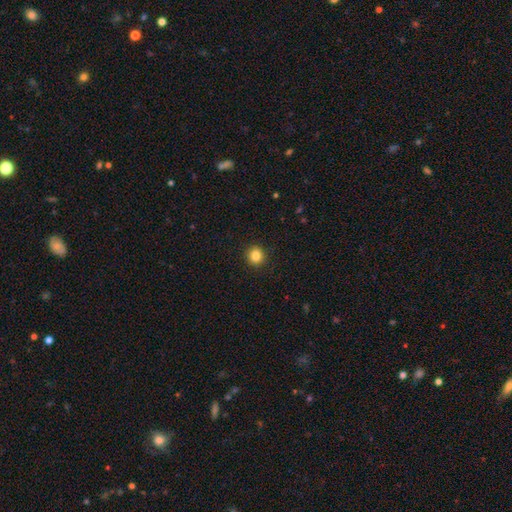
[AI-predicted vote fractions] Morphology: type=smooth (84%); roundness=round (89%); merging=none (92%).